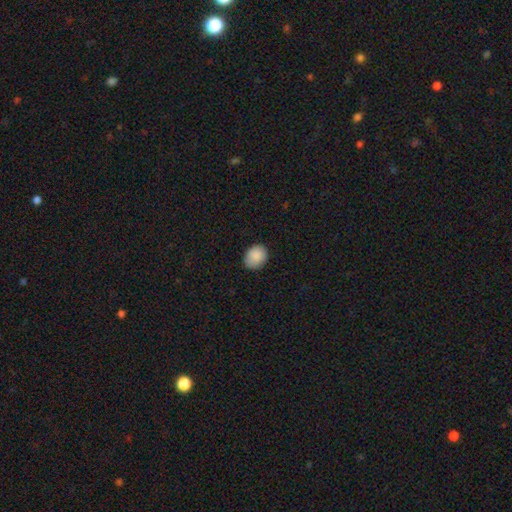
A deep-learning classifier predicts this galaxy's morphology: Overall: smooth (88%). How rounded: in between (54%; round 45%). Merging: none (82%).